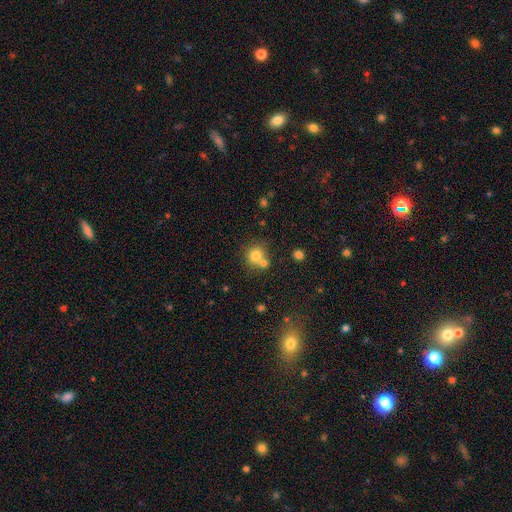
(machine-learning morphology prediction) smooth_or_featured: smooth (p=0.77) [alt: star or artifact p=0.13]
how_rounded: round (p=0.85) [alt: in between p=0.15]
merging: none (p=0.52) [alt: merger p=0.36]